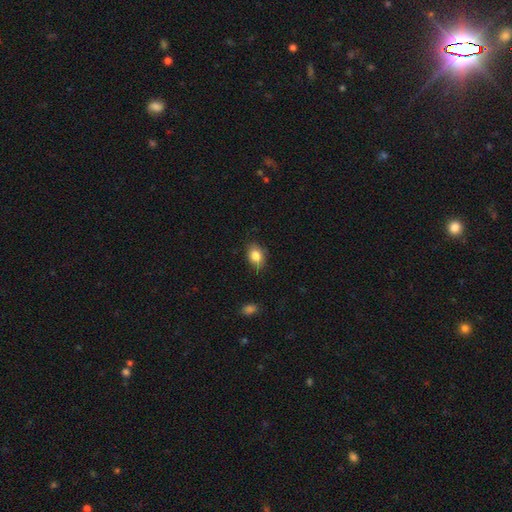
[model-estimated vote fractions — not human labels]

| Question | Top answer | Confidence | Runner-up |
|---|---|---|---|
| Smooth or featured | smooth | 83% | star or artifact (9%) |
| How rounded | in between | 69% | round (30%) |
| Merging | none | 74% | minor disturbance (21%) |